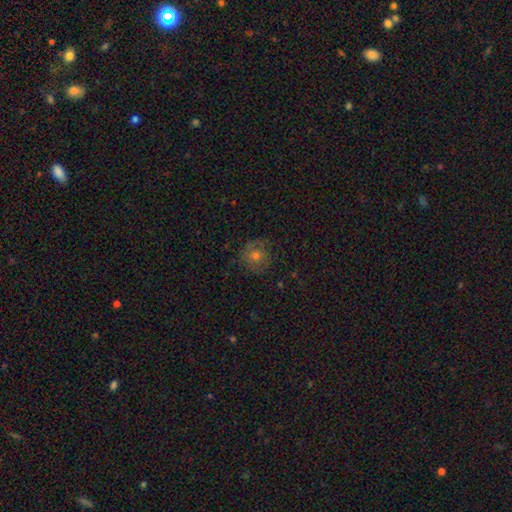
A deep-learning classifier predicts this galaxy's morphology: The model was most divided on "smooth or featured": smooth: 50%, featured or disk: 35%, star or artifact: 15%. More confident: merging — none (75%).